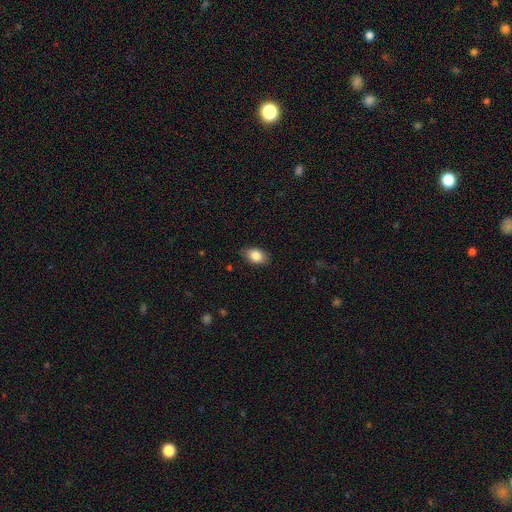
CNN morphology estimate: A smooth galaxy with no disk features (85%) that is in between round and cigar-shaped (86%).

Vote fractions:
- Smooth or featured? smooth: 85% / featured or disk: 8% / star or artifact: 7%
- How rounded? in between: 86% / round: 12% / cigar-shaped: 2%
- Merging? none: 83% / minor disturbance: 14% / major disturbance: 3% / merger: 1%